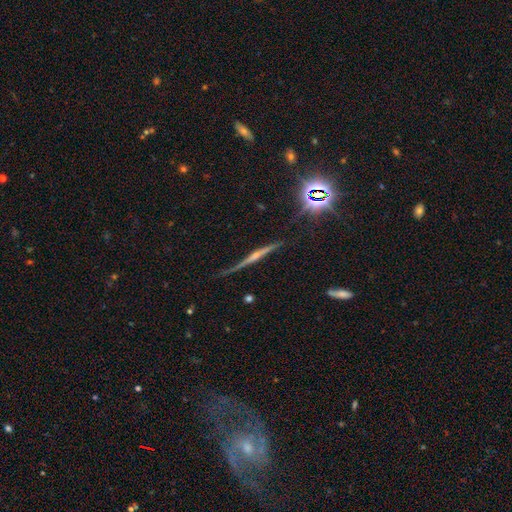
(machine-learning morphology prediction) type=featured or disk (72%); edge-on=yes (95%); edge-on bulge=rounded (69%); merging=none (77%).